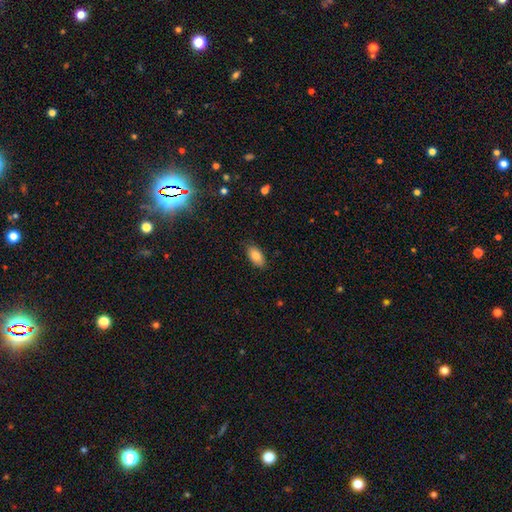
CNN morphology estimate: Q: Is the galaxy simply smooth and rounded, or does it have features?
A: smooth — 82%.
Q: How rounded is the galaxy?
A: in between — 92%.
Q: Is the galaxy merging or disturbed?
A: none — 85%.